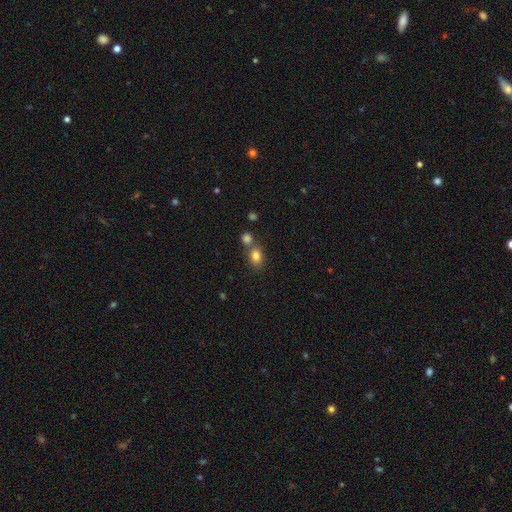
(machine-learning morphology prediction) Overall: smooth (81%). How rounded: in between (64%; round 34%). Merging: none (56%; merger 29%).